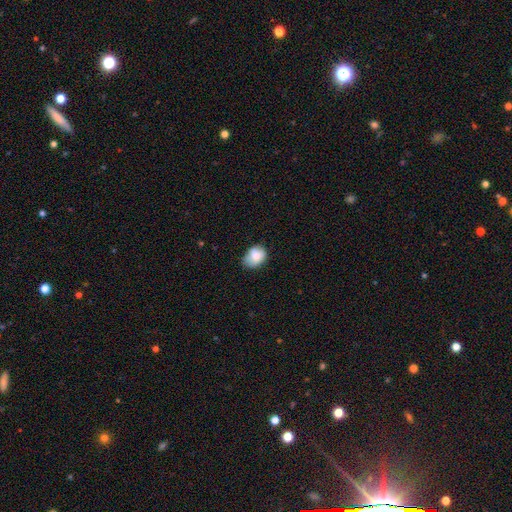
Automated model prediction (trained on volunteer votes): A smooth galaxy with no disk features (79%) that is in between round and cigar-shaped (65%).

Vote fractions:
- Smooth or featured? smooth: 79% / featured or disk: 13% / star or artifact: 8%
- How rounded? in between: 65% / round: 34% / cigar-shaped: 1%
- Merging? none: 48% / minor disturbance: 37% / major disturbance: 10% / merger: 5%